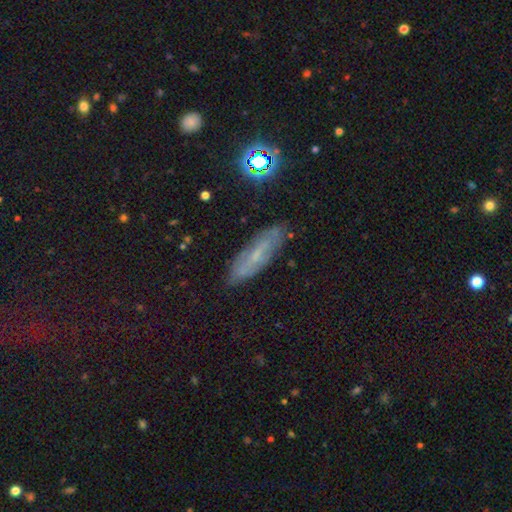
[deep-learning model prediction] This appears to be a featured or disk galaxy (49%). Merging: none (79%).